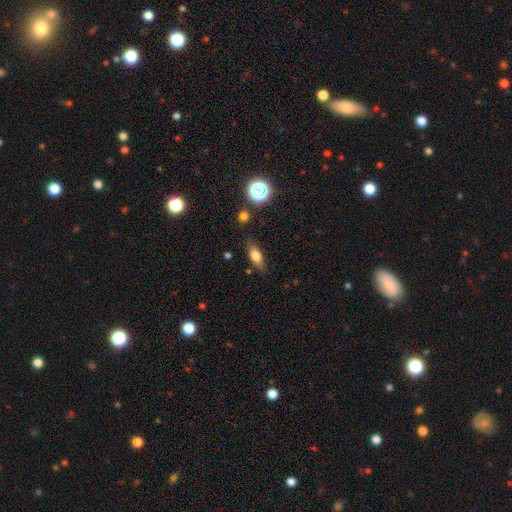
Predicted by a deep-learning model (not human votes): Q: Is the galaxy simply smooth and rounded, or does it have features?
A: smooth — 73%.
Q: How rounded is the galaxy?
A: in between — 73%.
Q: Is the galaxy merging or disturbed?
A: none — 79%.